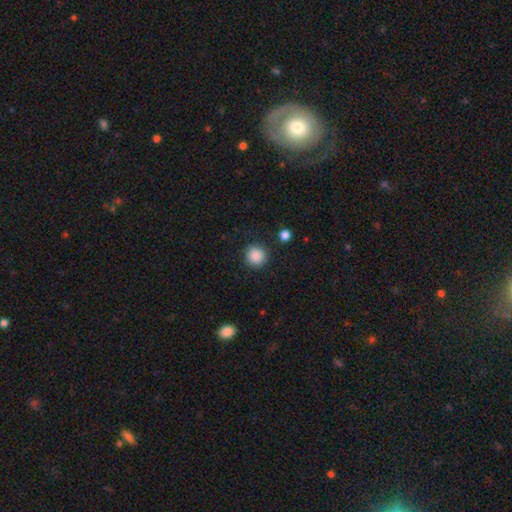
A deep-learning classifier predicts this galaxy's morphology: Smooth or featured: smooth — 88% (star or artifact — 9%)
How rounded: round — 94% (in between — 6%)
Merging: none — 89% (minor disturbance — 7%)